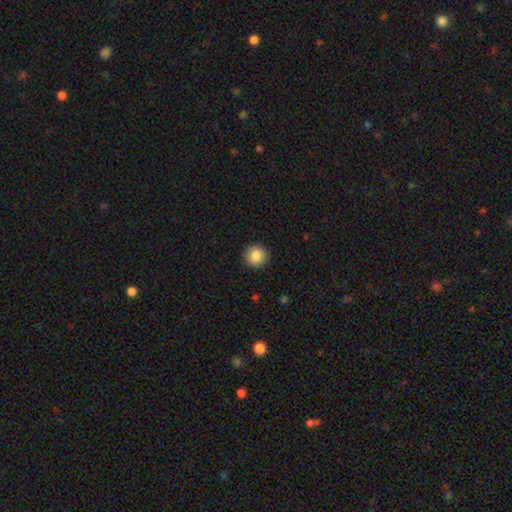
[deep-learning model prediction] A smooth galaxy with no disk features (87%) that is round (91%). Merging: none (91%).